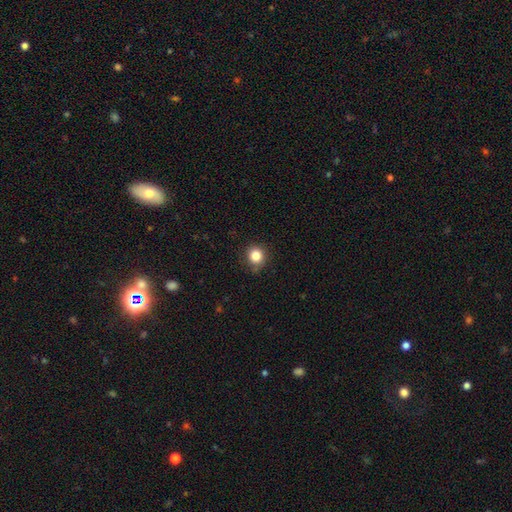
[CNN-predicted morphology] Overall: smooth (84%). How rounded: round (91%). Merging: none (83%).